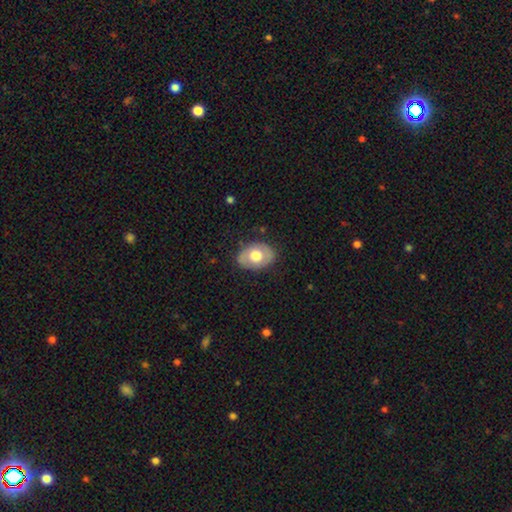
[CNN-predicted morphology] This appears to be a smooth galaxy with no disk features (58%) that is in between round and cigar-shaped (77%). Merging: none (79%).